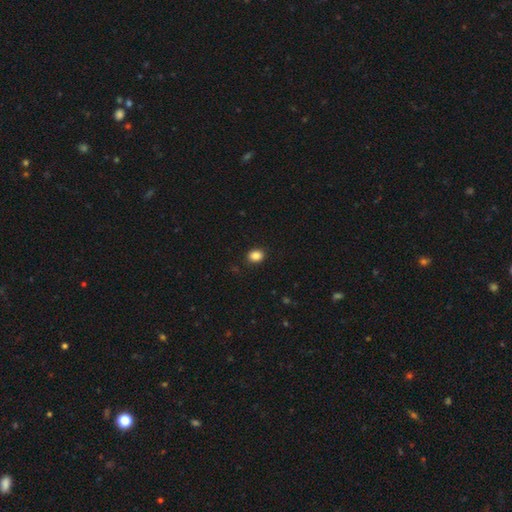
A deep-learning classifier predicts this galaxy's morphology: Smooth or featured? smooth (88%)
How rounded? in between (59%)
Merging? none (89%)